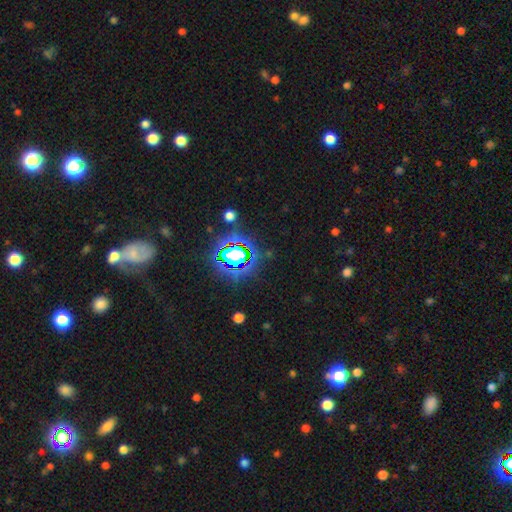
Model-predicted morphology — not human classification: Overall: star or artifact (77%).